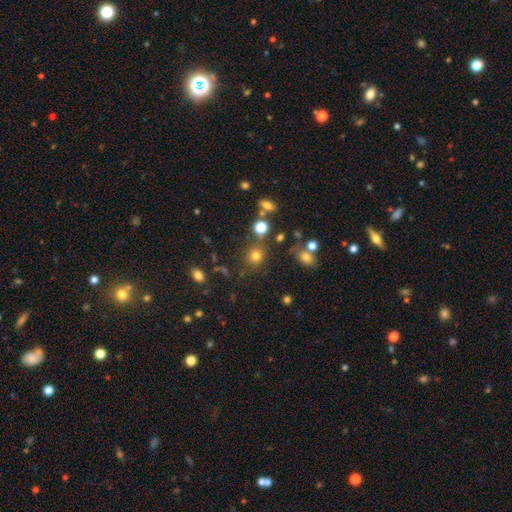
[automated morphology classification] smooth-or-featured: smooth: 74% | star or artifact: 18% | featured or disk: 8%
  how-rounded: round: 87% | in between: 12% | cigar-shaped: 1%
  merging: none: 76% | minor disturbance: 10% | merger: 9% | major disturbance: 5%